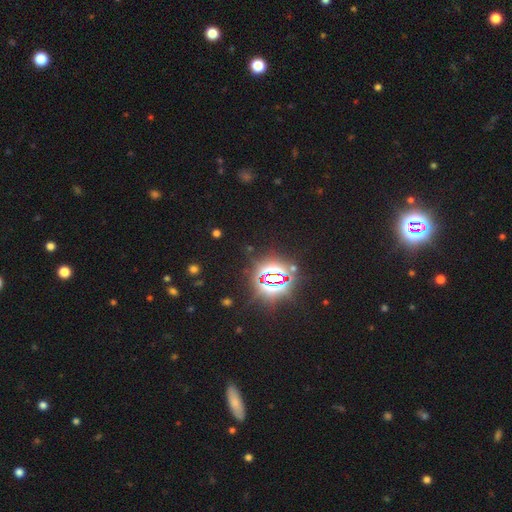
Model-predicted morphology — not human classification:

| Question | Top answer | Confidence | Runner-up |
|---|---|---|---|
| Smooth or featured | star or artifact | 84% | smooth (10%) |